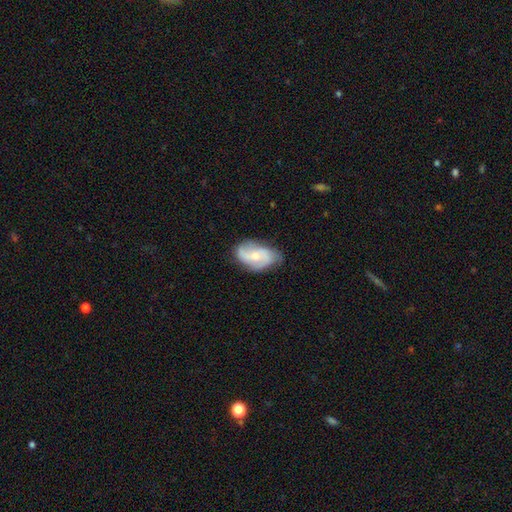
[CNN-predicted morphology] A featured or disk galaxy (73%) with no bar (60%), 2 (45%) medium (46%) spiral arms (93%) and a small central bulge (50%). Merging: none (66%).